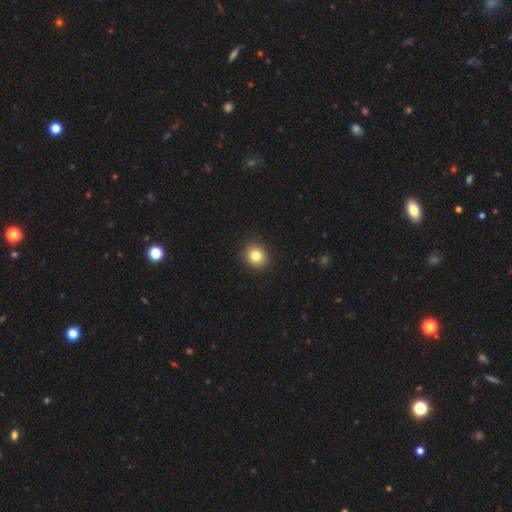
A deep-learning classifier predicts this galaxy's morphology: Q: Smooth or featured?
A: smooth (82%); runner-up: star or artifact (11%)
Q: How rounded?
A: round (79%); runner-up: in between (20%)
Q: Merging?
A: none (90%); runner-up: minor disturbance (7%)